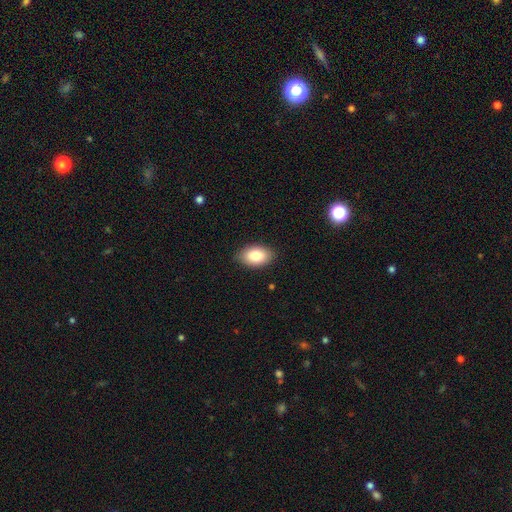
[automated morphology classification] Q: Smooth or featured?
A: smooth (83%); runner-up: featured or disk (10%)
Q: How rounded?
A: in between (92%); runner-up: round (7%)
Q: Merging?
A: none (86%); runner-up: minor disturbance (11%)